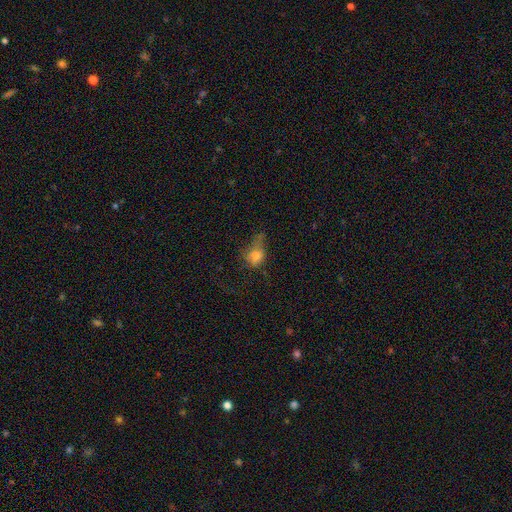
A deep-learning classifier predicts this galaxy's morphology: A smooth galaxy with no disk features (68%) that is in between round and cigar-shaped (55%).

Vote fractions:
- Smooth or featured? smooth: 68% / featured or disk: 18% / star or artifact: 14%
- How rounded? in between: 55% / round: 43% / cigar-shaped: 3%
- Merging? major disturbance: 37% / none: 29% / minor disturbance: 28% / merger: 6%